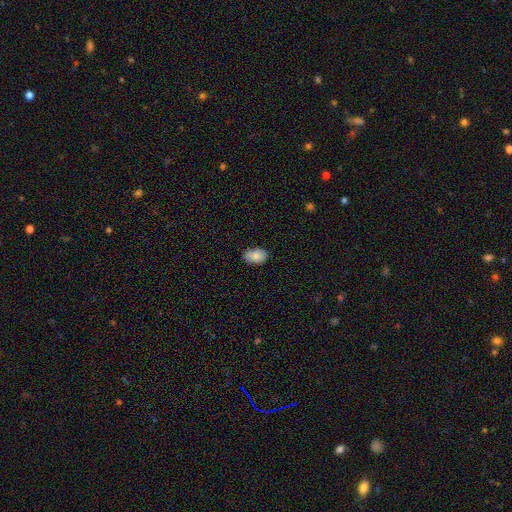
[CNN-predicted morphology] This is clearly a smooth galaxy (85%). How rounded: clearly in between (87%). Merging: clearly none (84%).